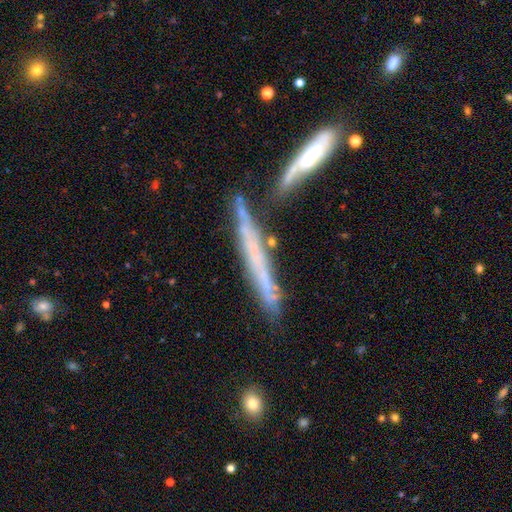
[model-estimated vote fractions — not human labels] A featured or disk galaxy (54%) viewed edge-on (90%).

Vote fractions:
- Smooth or featured? featured or disk: 54% / smooth: 37% / star or artifact: 8%
- Edge-on disk? yes: 90% / no: 10%
- Merging? none: 66% / minor disturbance: 15% / merger: 14% / major disturbance: 5%